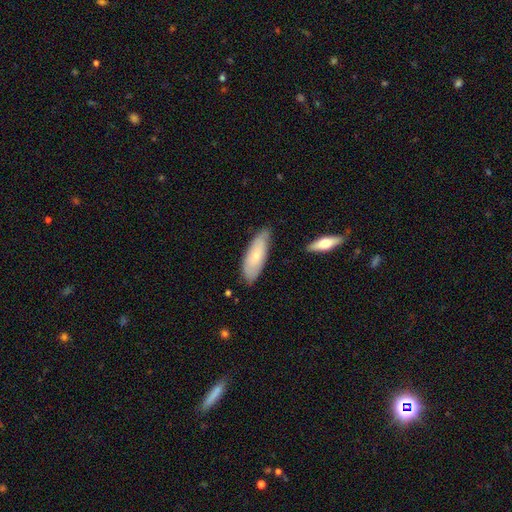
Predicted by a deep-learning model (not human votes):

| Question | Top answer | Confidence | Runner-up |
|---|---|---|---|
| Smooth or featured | smooth | 65% | featured or disk (29%) |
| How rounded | in between | 66% | cigar-shaped (32%) |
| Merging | none | 71% | minor disturbance (23%) |